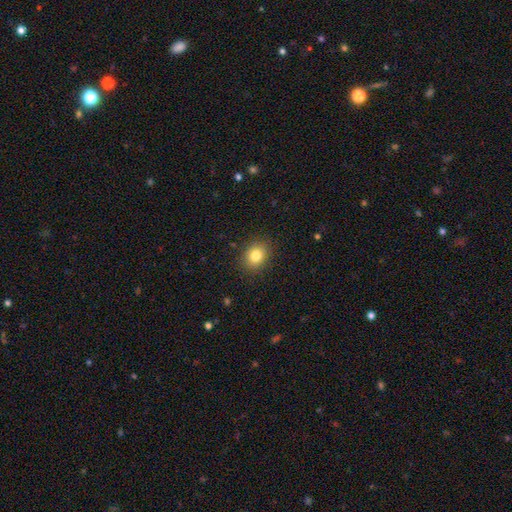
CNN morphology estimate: type=smooth (81%); roundness=round (57%); merging=none (88%).